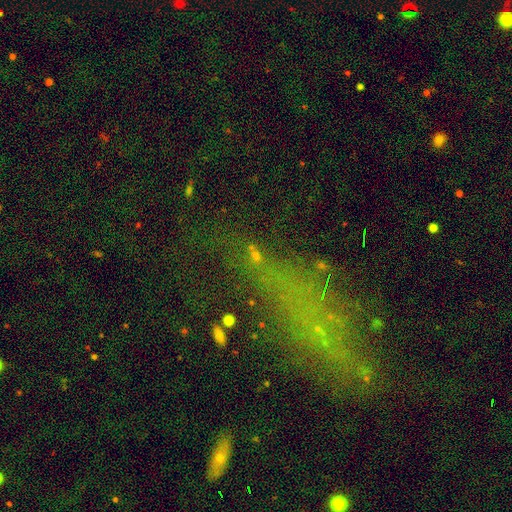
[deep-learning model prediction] smooth-or-featured: star or artifact: 51% | smooth: 28% | featured or disk: 21%